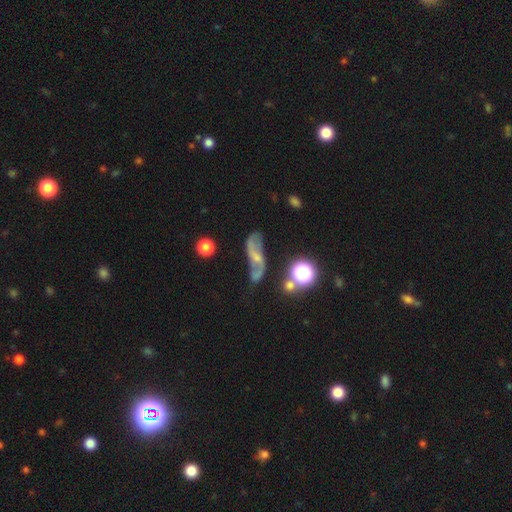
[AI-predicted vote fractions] A featured or disk galaxy (66%) with a weak bar (42%, tied with no), 2 (87%) loose (70%) spiral arms (86%) and a small central bulge (55%).

Vote fractions:
- Smooth or featured? featured or disk: 66% / smooth: 22% / star or artifact: 12%
- Edge-on disk? no: 90% / yes: 10%
- Bar? weak: 42% (tied) / no: 42% (tied) / strong: 16%
- Spiral arms? yes: 86% / no: 14%
- Spiral winding? loose: 70% / medium: 23% / tight: 7%
- Spiral arm count? 2: 87% / can't tell: 6% / 1: 3% / 3: 1% / 4: 1% / more than 4: 1%
- Bulge size? small: 55% / moderate: 26% / none: 15% / large: 3% / dominant: 1%
- Merging? none: 50% / minor disturbance: 23% / major disturbance: 17% / merger: 9%